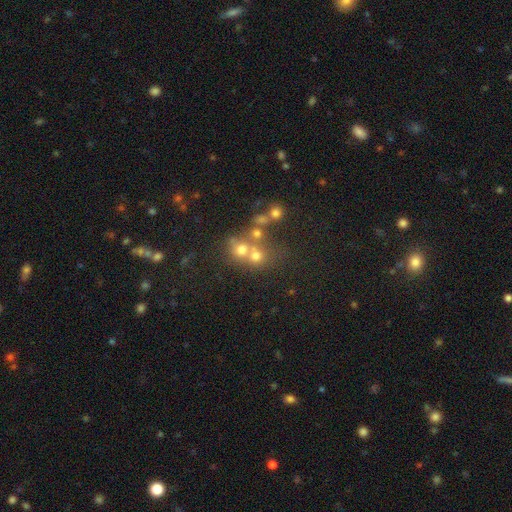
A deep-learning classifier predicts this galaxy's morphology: Overall: smooth (59%; star or artifact 20%). How rounded: round (81%). Merging: merger (45%; none 42%).